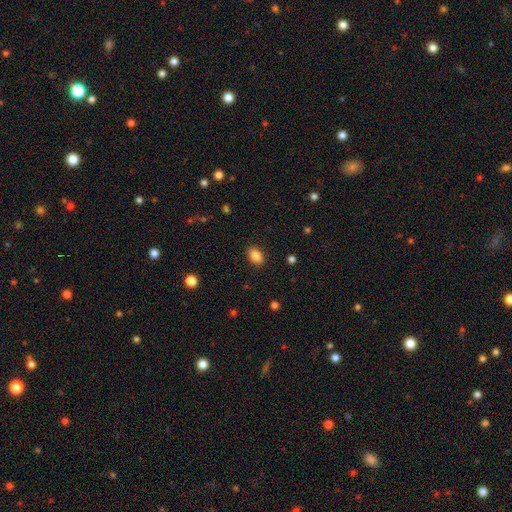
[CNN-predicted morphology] Smooth or featured: smooth — 85% (star or artifact — 9%)
How rounded: in between — 86% (round — 12%)
Merging: none — 88% (minor disturbance — 8%)